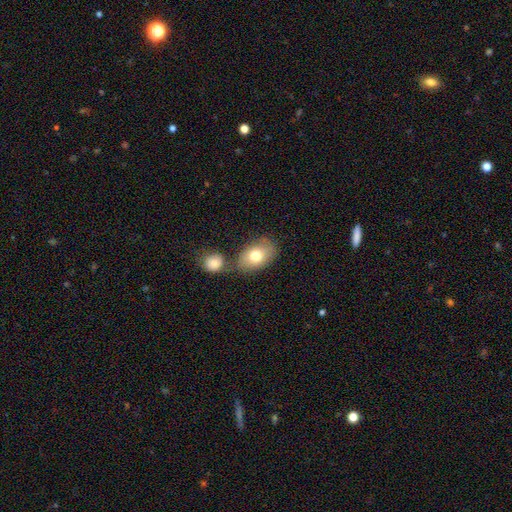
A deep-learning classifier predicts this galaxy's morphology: smooth 75%, featured or disk 17%, star or artifact 8%. Down the decision tree: how rounded — in between (82%); merging — none (54%).